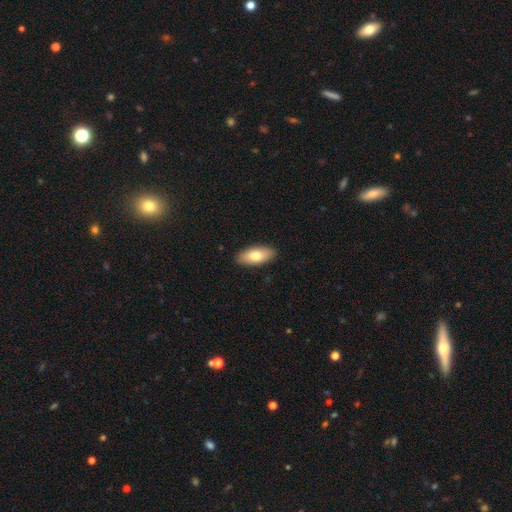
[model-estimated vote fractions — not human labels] A smooth galaxy with no disk features (76%) that is in between round and cigar-shaped (86%).

Vote fractions:
- Smooth or featured? smooth: 76% / featured or disk: 18% / star or artifact: 6%
- How rounded? in between: 86% / cigar-shaped: 11% / round: 3%
- Merging? none: 89% / minor disturbance: 8% / major disturbance: 2% / merger: 1%